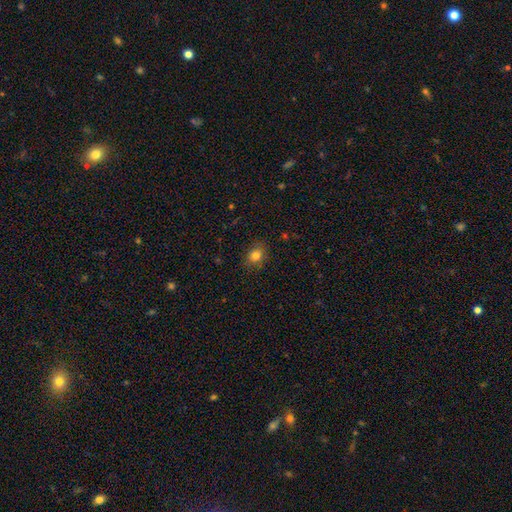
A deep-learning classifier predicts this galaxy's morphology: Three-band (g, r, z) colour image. It shows a smooth galaxy with no disk features (80%) that is round (52%). Merging: none (84%).